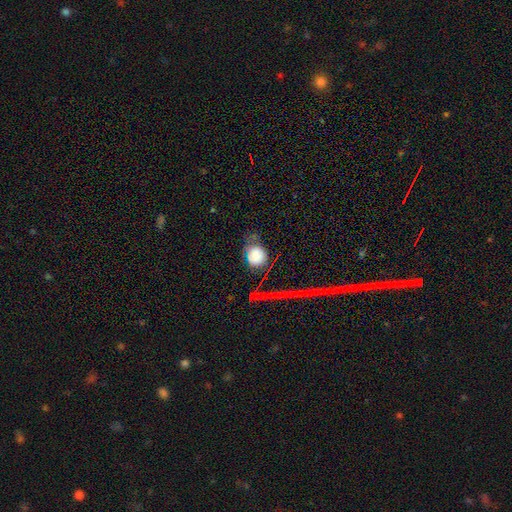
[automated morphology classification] smooth-or-featured: smooth: 69% | featured or disk: 19% | star or artifact: 12%
  how-rounded: round: 77% | in between: 21% | cigar-shaped: 2%
  merging: none: 53% | minor disturbance: 28% | major disturbance: 13% | merger: 5%